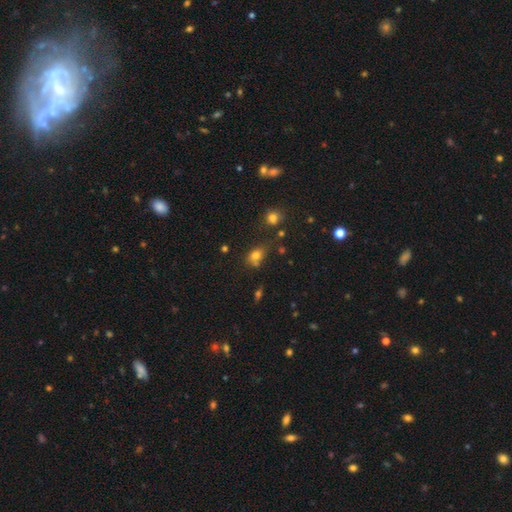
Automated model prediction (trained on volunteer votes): A smooth galaxy with no disk features (75%) that is in between round and cigar-shaped (62%). Merging: none (52%).